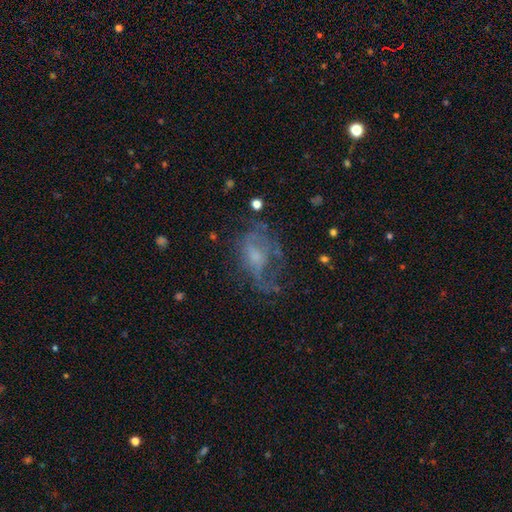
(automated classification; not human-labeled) Morphology: type=featured or disk (56%); edge-on=no (95%); bar=no (69%); spiral arms=no (53%); bulge=small (42%); merging=major disturbance (39%).